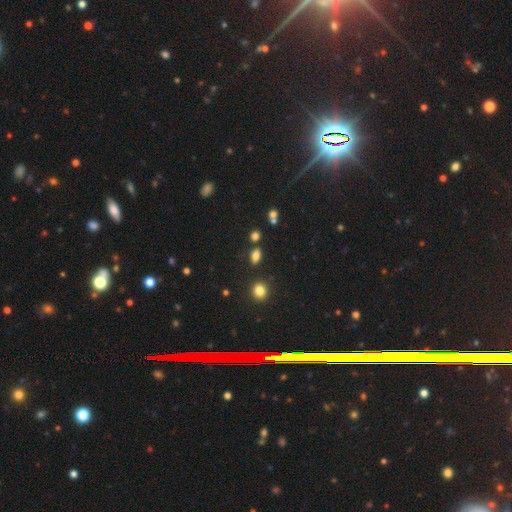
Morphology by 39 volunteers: Volunteers were most divided on "how rounded": in between: 74%, round: 14%, cigar-shaped: 11%. More confident: smooth or featured — smooth (90%); merging — none (76%).